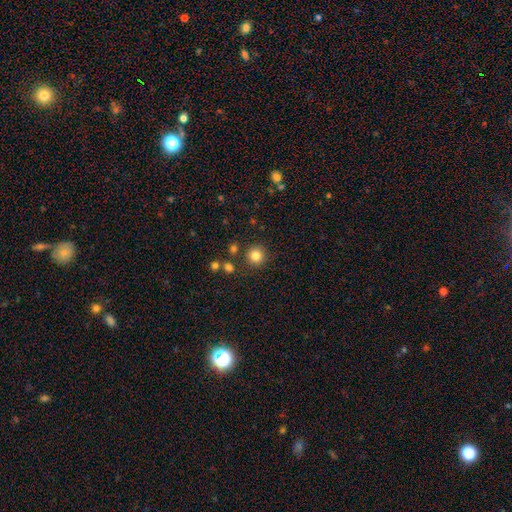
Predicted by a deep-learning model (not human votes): Overall: smooth (83%). How rounded: round (94%). Merging: none (87%).